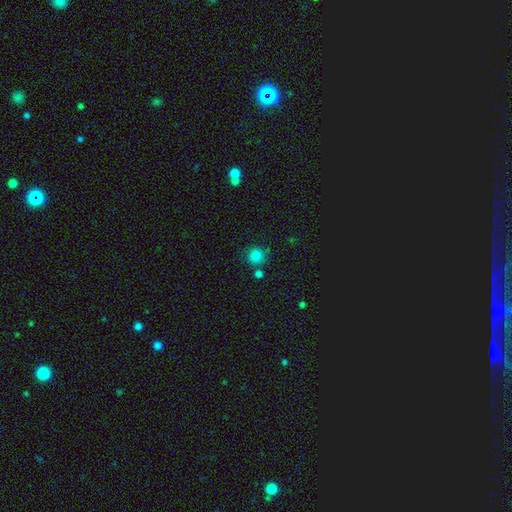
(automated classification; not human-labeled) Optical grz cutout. It shows a smooth galaxy with no disk features (84%) that is round (93%). Merging: none (79%).